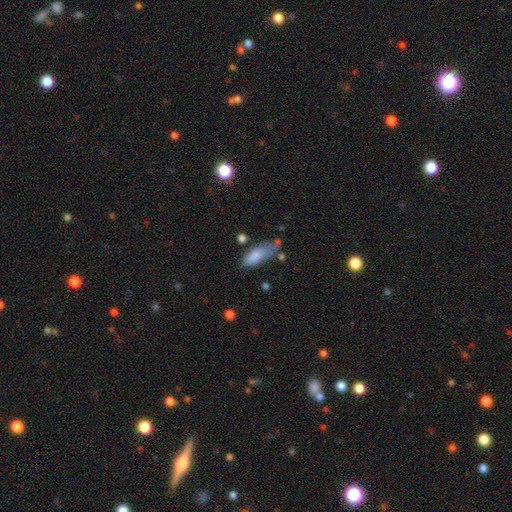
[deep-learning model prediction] smooth-or-featured: smooth: 81% | featured or disk: 12% | star or artifact: 7%
  how-rounded: in between: 67% | cigar-shaped: 30% | round: 2%
  merging: none: 42% | minor disturbance: 34% | major disturbance: 15% | merger: 9%